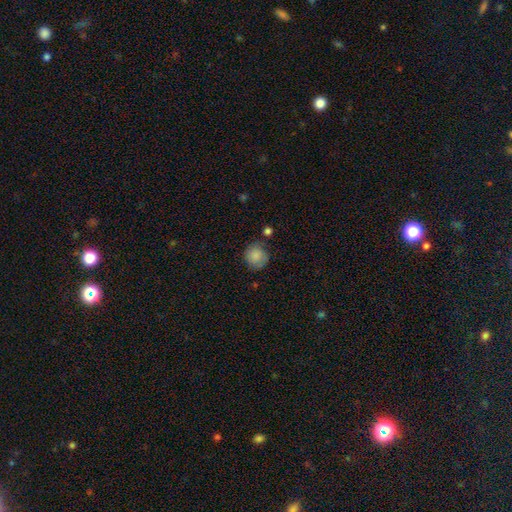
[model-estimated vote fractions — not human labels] smooth_or_featured: smooth (p=0.86) [alt: star or artifact p=0.08]
how_rounded: round (p=0.87) [alt: in between p=0.12]
merging: none (p=0.74) [alt: minor disturbance p=0.17]